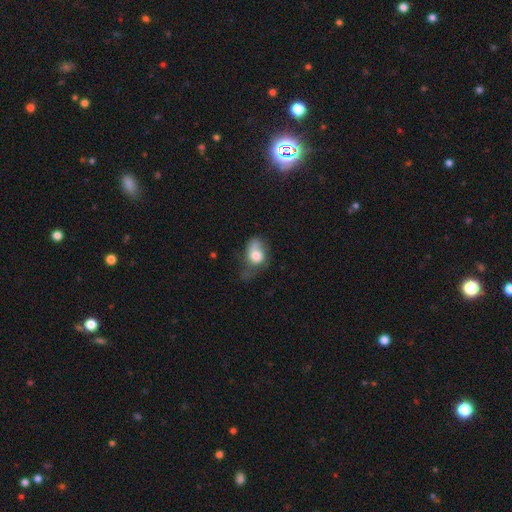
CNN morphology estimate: Smooth or featured?
  - smooth: 65% *
  - featured or disk: 26%
  - star or artifact: 9%
How rounded?
  - in between: 65% *
  - round: 33%
  - cigar-shaped: 2%
Merging?
  - major disturbance: 41% *
  - minor disturbance: 30%
  - none: 24%
  - merger: 6%